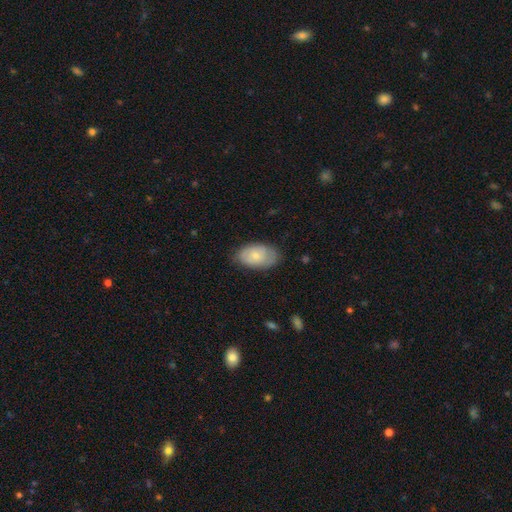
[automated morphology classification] smooth-or-featured: smooth: 68% | featured or disk: 27% | star or artifact: 6%
  how-rounded: in between: 91% | round: 7% | cigar-shaped: 1%
  merging: none: 74% | minor disturbance: 20% | major disturbance: 4% | merger: 1%